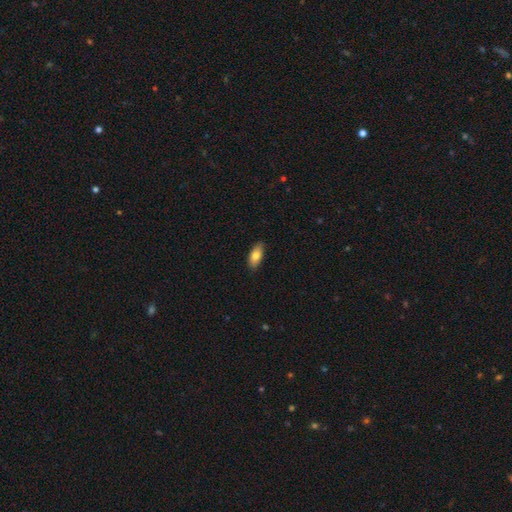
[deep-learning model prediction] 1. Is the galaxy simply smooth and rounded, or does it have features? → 80% smooth, 14% featured or disk, 6% star or artifact.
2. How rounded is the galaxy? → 85% in between, 12% cigar-shaped, 3% round.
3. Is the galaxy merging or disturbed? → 87% none, 10% minor disturbance, 2% major disturbance, 1% merger.